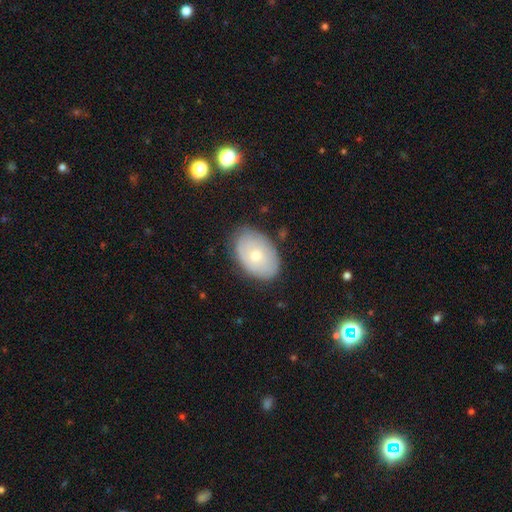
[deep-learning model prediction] Smooth or featured: smooth — 55% (featured or disk — 37%)
How rounded: in between — 86% (round — 13%)
Merging: none — 79% (minor disturbance — 16%)